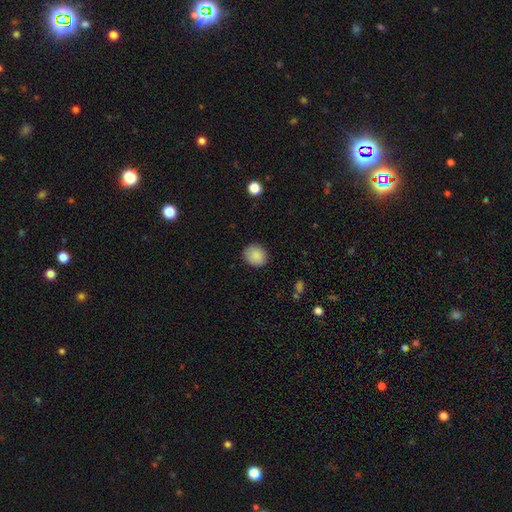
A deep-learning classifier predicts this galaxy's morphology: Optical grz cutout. It shows a smooth galaxy with no disk features (88%) that is round (79%). Merging: none (87%).